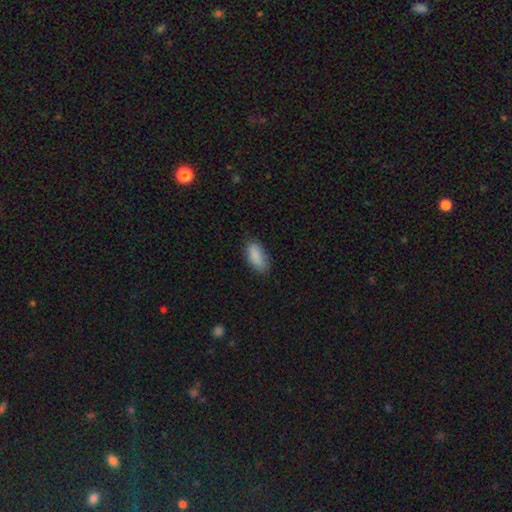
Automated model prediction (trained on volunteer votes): A smooth galaxy with no disk features (88%) that is in between round and cigar-shaped (89%).

Vote fractions:
- Smooth or featured? smooth: 88% / star or artifact: 7% / featured or disk: 5%
- How rounded? in between: 89% / cigar-shaped: 9% / round: 2%
- Merging? none: 77% / minor disturbance: 18% / major disturbance: 4% / merger: 1%